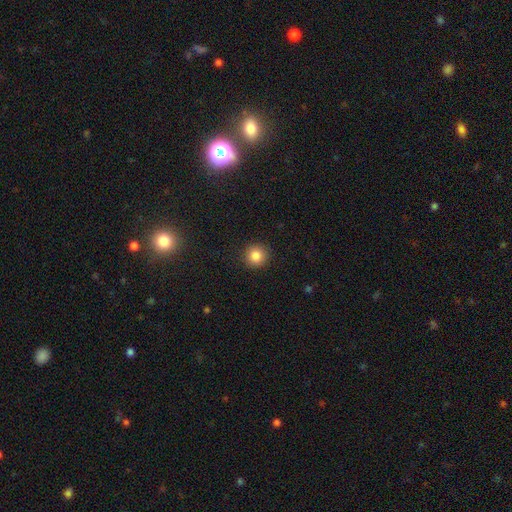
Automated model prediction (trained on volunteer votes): A smooth galaxy with no disk features (84%) that is round (93%).

Vote fractions:
- Smooth or featured? smooth: 84% / star or artifact: 11% / featured or disk: 5%
- How rounded? round: 93% / in between: 6% / cigar-shaped: 1%
- Merging? none: 91% / minor disturbance: 6% / major disturbance: 2% / merger: 1%